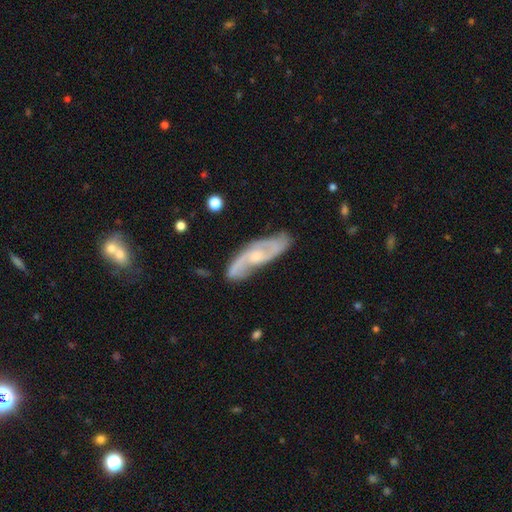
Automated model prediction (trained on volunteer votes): This appears to be a featured or disk galaxy (81%) with no bar (57%), 2 (76%) medium (48%) spiral arms (95%) and a small central bulge (52%). Merging: none (77%).